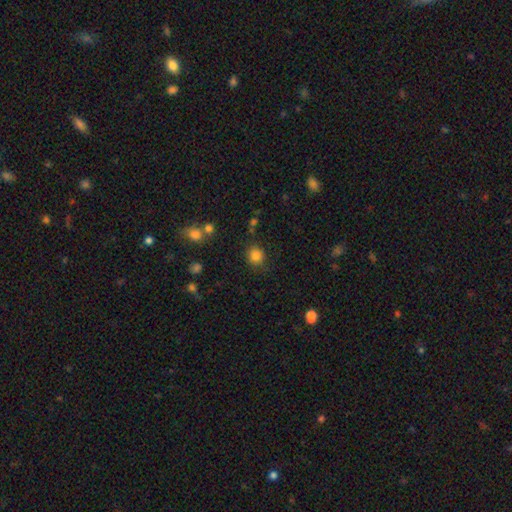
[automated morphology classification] Smooth or featured? Predicted: smooth (p=0.84). How rounded? Predicted: round (p=0.88). Merging? Predicted: none (p=0.83).